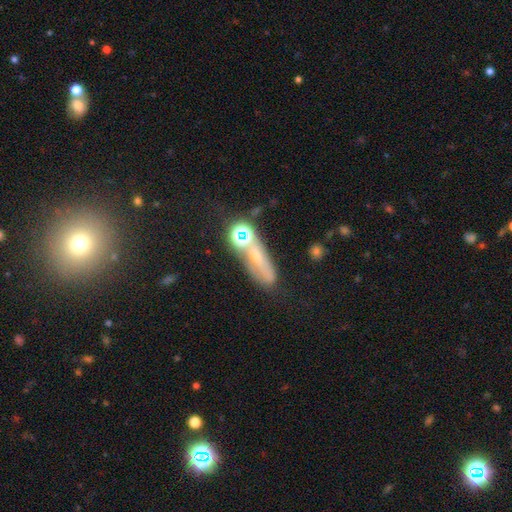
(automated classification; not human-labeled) This is marginally a smooth galaxy (38%). Merging: possibly none (48%).